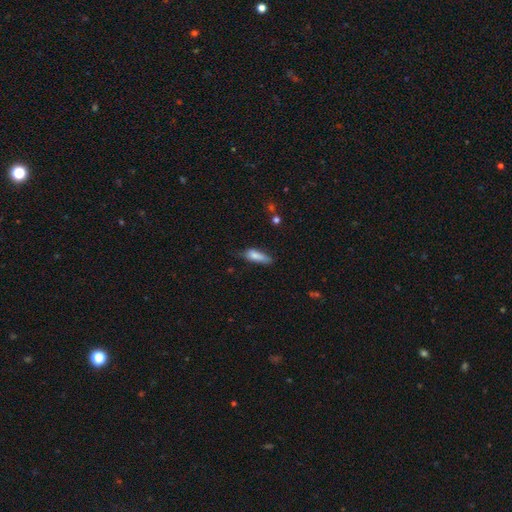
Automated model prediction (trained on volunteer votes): This is likely a smooth galaxy (78%). How rounded: possibly in between (54%). Merging: possibly none (46%).